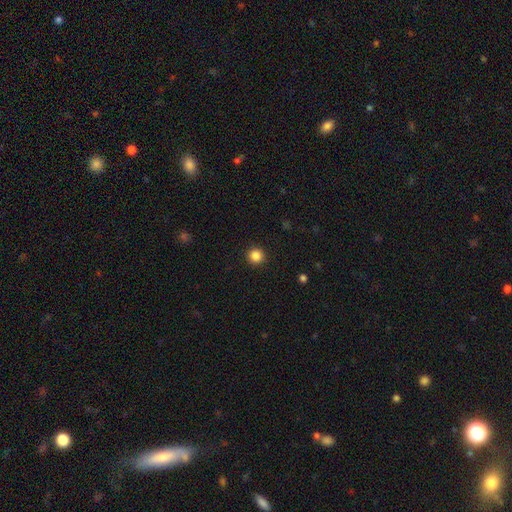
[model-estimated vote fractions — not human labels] smooth 85%, star or artifact 11%, featured or disk 3%. Down the decision tree: how rounded — round (95%); merging — none (93%).